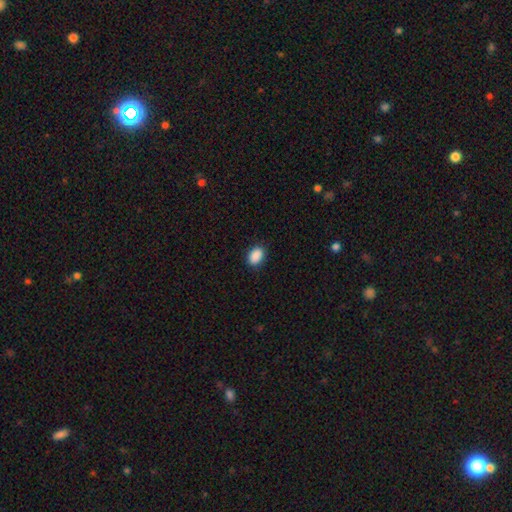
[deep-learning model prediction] Smooth or featured? Predicted: smooth (p=0.90). How rounded? Predicted: in between (p=0.84). Merging? Predicted: none (p=0.88).